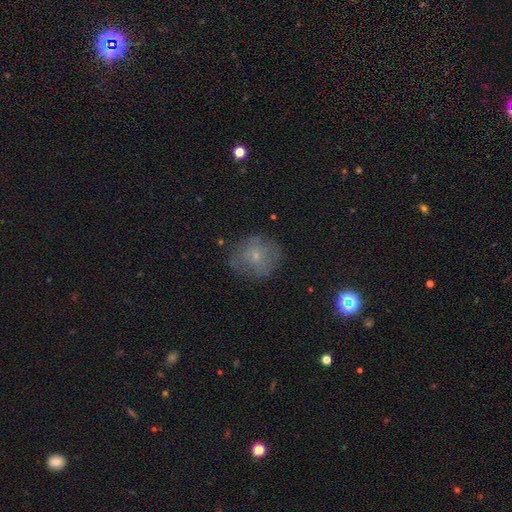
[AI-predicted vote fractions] Morphology: type=smooth (57%); roundness=round (78%); merging=none (71%).